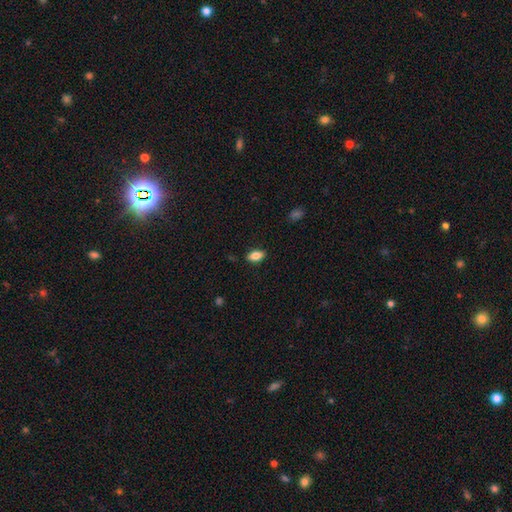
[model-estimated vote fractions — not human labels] A smooth galaxy with no disk features (83%) that is in between round and cigar-shaped (88%). Merging: none (86%).